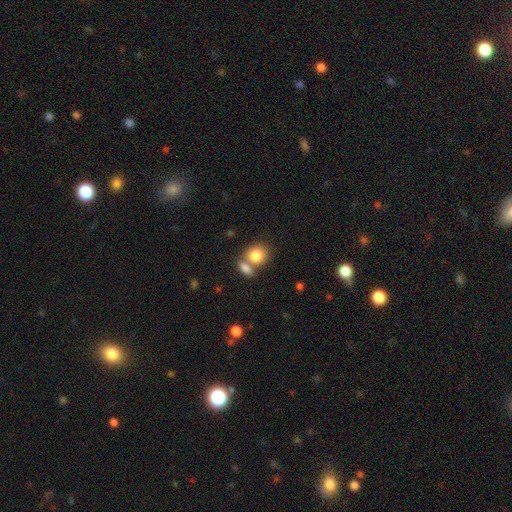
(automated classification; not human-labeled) Smooth or featured: smooth — 83% (featured or disk — 9%)
How rounded: round — 67% (in between — 32%)
Merging: merger — 47% (none — 41%)